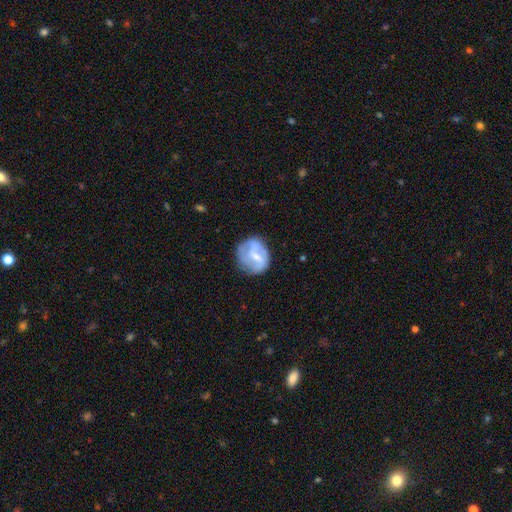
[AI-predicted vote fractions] A featured or disk galaxy (62%) with a weak bar (48%), spiral arms (62%) and a small central bulge (48%). Merging: none (59%).